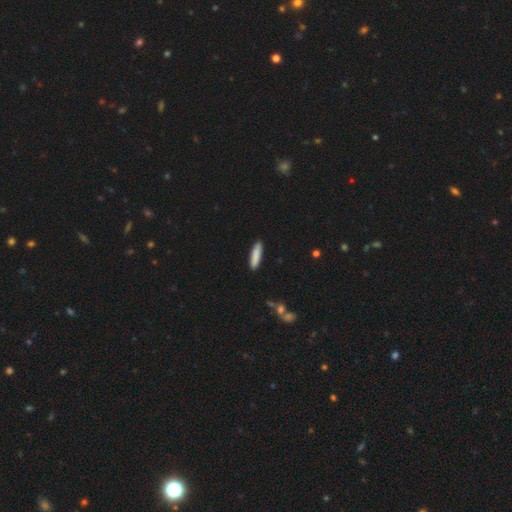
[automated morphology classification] Smooth or featured? smooth (86%)
How rounded? cigar-shaped (79%)
Merging? none (90%)